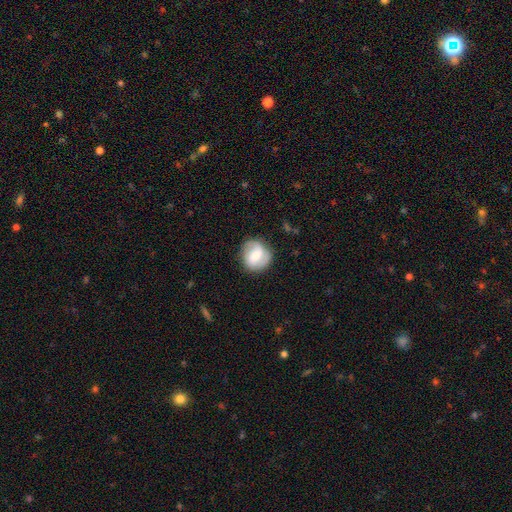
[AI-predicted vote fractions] Overall: featured or disk (53%; smooth 40%). Edge-on disk: no (97%). Bar: weak (48%; no 30%). Spiral arms: yes (83%). Bulge size: moderate (59%; small 30%). Merging: none (82%).